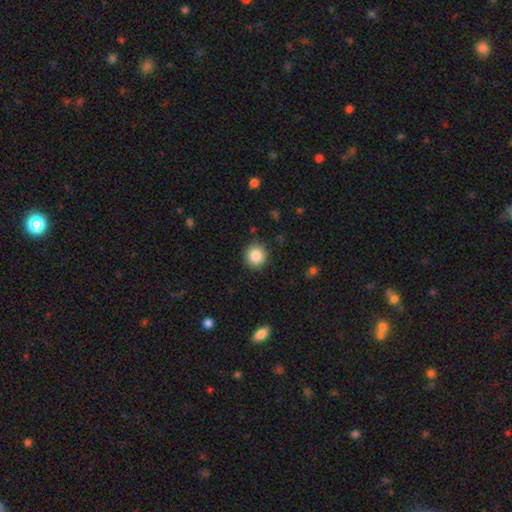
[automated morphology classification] The model was most divided on "smooth or featured": smooth: 87%, star or artifact: 9%, featured or disk: 4%. More confident: how rounded — round (91%); merging — none (90%).